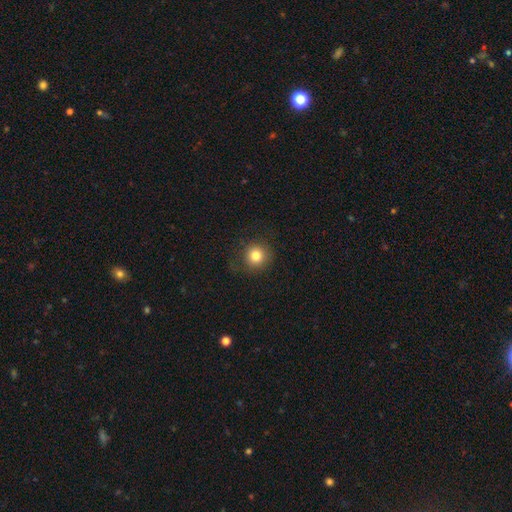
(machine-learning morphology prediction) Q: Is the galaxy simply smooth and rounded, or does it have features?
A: smooth — 81%.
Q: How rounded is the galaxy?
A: round — 92%.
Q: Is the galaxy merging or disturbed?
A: none — 83%.